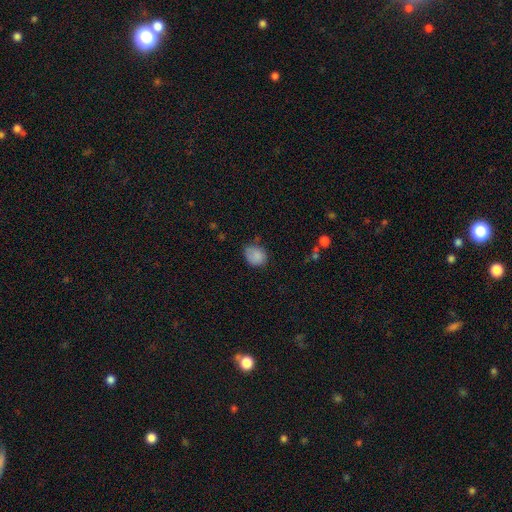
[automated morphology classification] Overall: smooth (85%). How rounded: round (58%; in between 41%). Merging: none (61%; minor disturbance 30%).